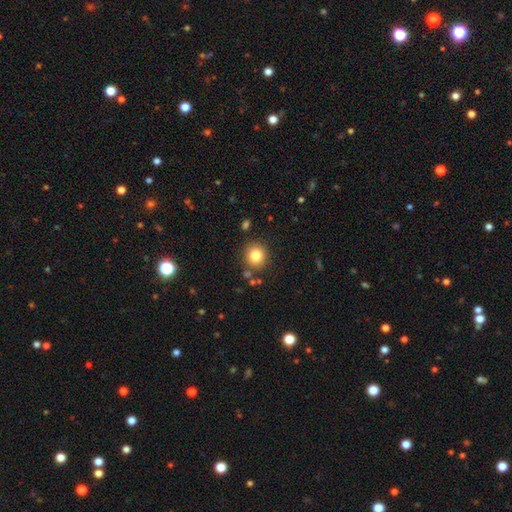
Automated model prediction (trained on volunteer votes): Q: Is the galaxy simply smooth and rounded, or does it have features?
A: smooth — 82%.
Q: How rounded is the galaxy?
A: round — 90%.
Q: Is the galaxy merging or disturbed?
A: none — 85%.